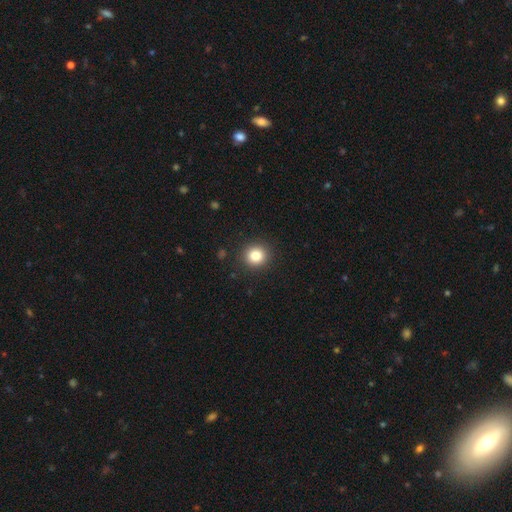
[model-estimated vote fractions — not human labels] Morphology: type=smooth (83%); roundness=round (90%); merging=none (91%).